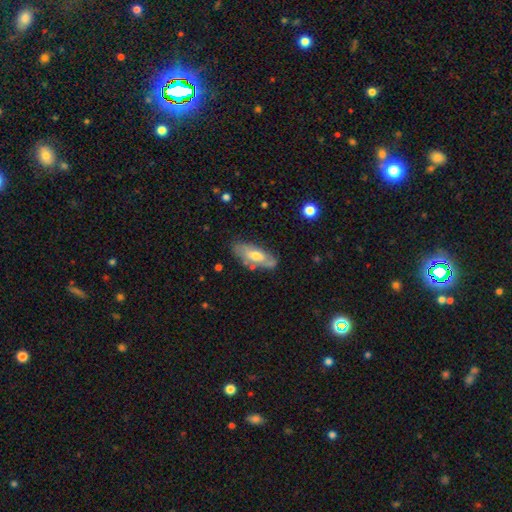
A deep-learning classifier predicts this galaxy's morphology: This appears to be a smooth galaxy with no disk features (52%) that is in between round and cigar-shaped (76%). Merging: none (73%).